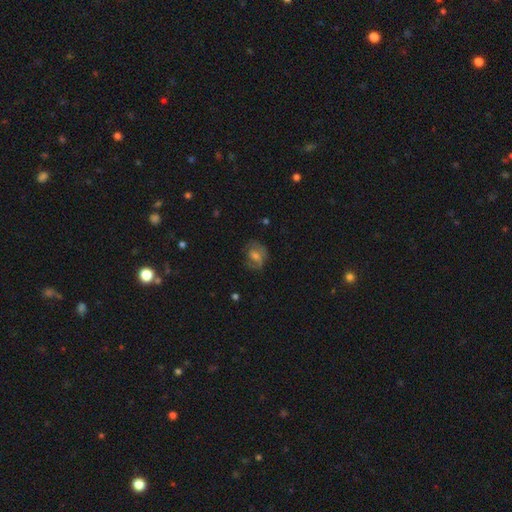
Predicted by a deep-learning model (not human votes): Q: Smooth or featured?
A: smooth (49%); runner-up: featured or disk (38%)
Q: Merging?
A: none (57%); runner-up: minor disturbance (24%)